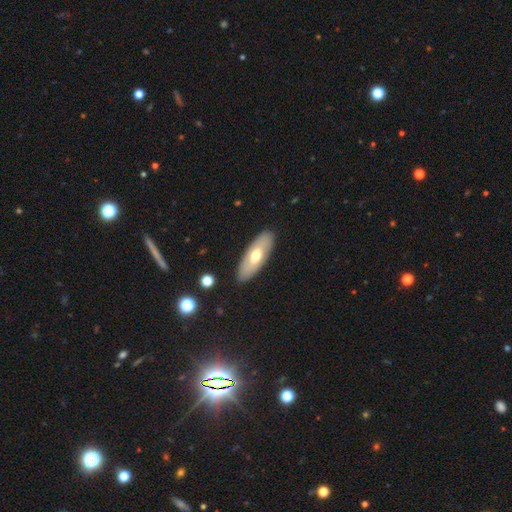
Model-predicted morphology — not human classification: Smooth or featured: smooth — 56% (featured or disk — 38%)
How rounded: in between — 75% (cigar-shaped — 22%)
Merging: none — 88% (minor disturbance — 9%)